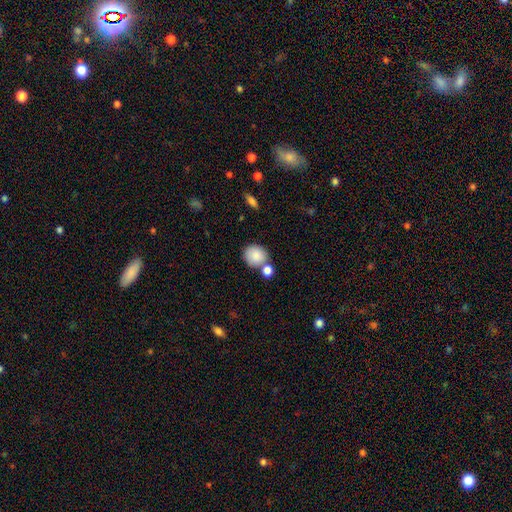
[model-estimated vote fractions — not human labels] smooth-or-featured: smooth: 86% | star or artifact: 7% | featured or disk: 6%
  how-rounded: round: 75% | in between: 23% | cigar-shaped: 1%
  merging: none: 60% | merger: 25% | minor disturbance: 11% | major disturbance: 4%